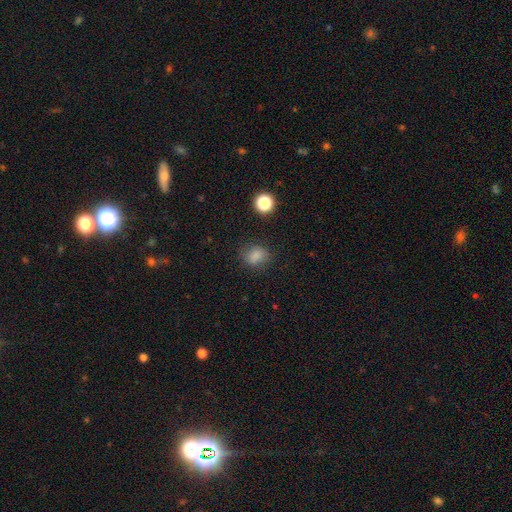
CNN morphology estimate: Overall: smooth (82%). How rounded: in between (51%; round 47%). Merging: none (75%).